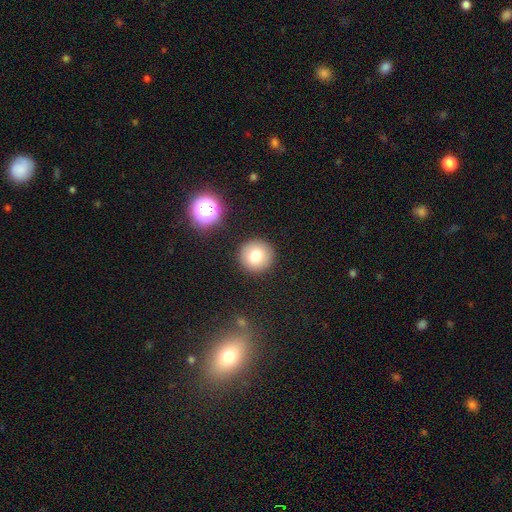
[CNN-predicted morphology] The model was most divided on "smooth or featured": smooth: 76%, star or artifact: 12%, featured or disk: 11%. More confident: how rounded — round (94%); merging — none (90%).